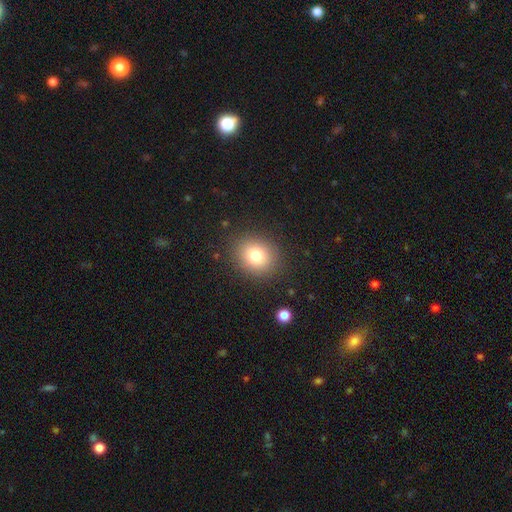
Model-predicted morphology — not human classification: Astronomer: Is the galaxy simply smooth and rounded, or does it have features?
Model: smooth — 79%.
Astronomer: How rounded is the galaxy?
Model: round — 69%.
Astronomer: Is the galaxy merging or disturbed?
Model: none — 86%.